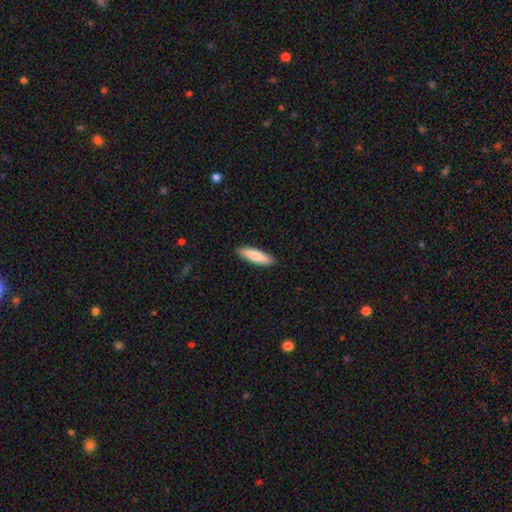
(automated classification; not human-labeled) Smooth or featured? smooth (79%)
How rounded? cigar-shaped (62%)
Merging? none (90%)